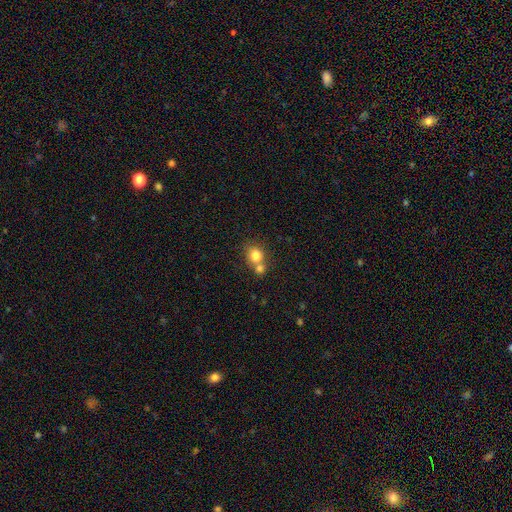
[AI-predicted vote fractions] Q: Smooth or featured?
A: smooth (79%); runner-up: star or artifact (11%)
Q: How rounded?
A: round (77%); runner-up: in between (22%)
Q: Merging?
A: merger (47%); runner-up: none (43%)